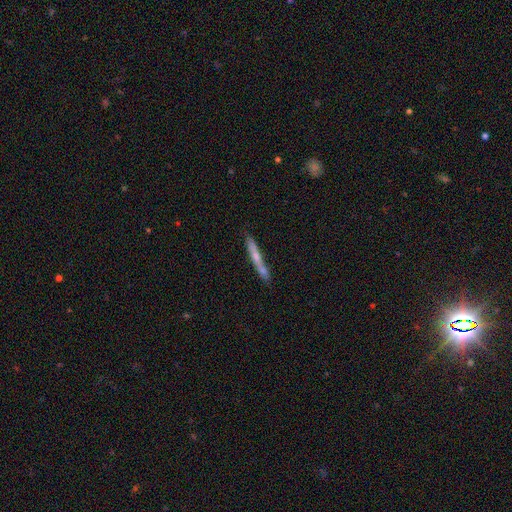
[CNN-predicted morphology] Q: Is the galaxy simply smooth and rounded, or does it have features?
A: featured or disk — 50%.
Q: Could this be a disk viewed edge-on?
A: yes — 90%.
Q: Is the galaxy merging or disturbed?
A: none — 68%.